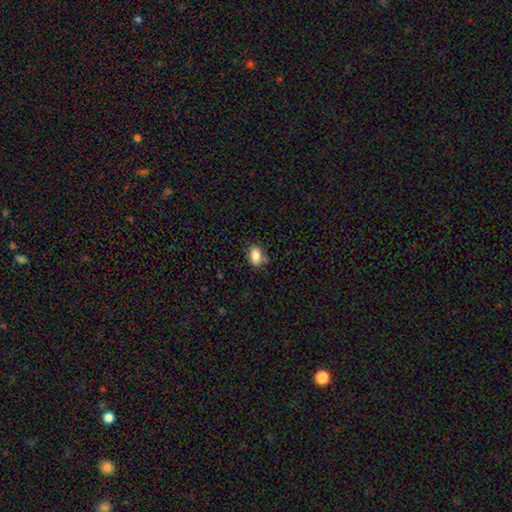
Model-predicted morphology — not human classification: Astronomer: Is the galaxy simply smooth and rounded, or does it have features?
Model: smooth — 86%.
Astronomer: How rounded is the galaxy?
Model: in between — 87%.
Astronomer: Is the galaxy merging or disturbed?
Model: none — 72%.